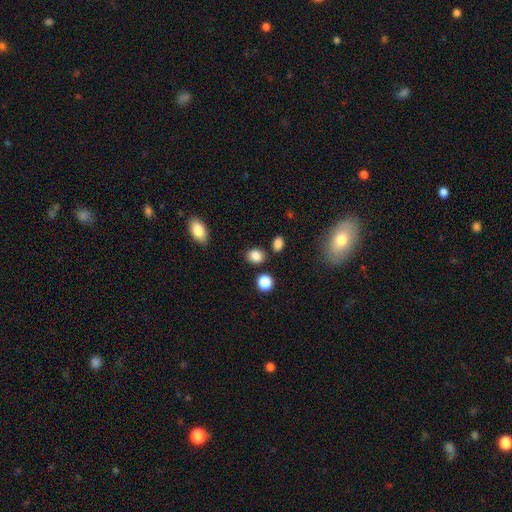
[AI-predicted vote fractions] A smooth galaxy with no disk features (84%) that is round (50%). Merging: none (79%).